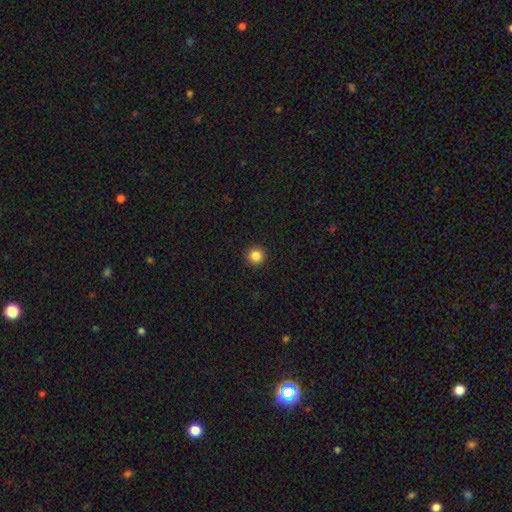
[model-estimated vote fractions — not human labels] Smooth or featured? smooth (85%)
How rounded? round (96%)
Merging? none (93%)